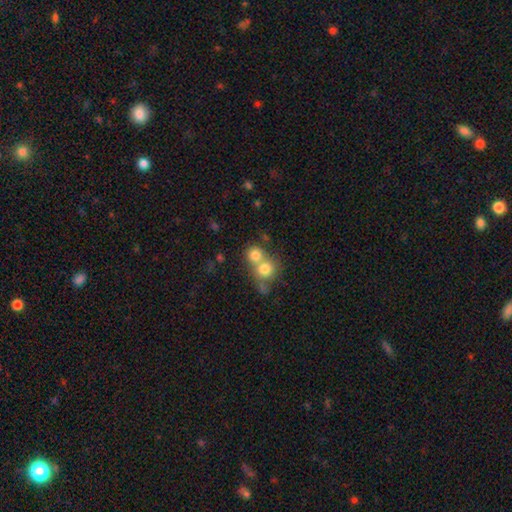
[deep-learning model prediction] A smooth galaxy with no disk features (76%) that is round (83%).

Vote fractions:
- Smooth or featured? smooth: 76% / featured or disk: 13% / star or artifact: 11%
- How rounded? round: 83% / in between: 16% / cigar-shaped: 1%
- Merging? merger: 59% / none: 32% / minor disturbance: 6% / major disturbance: 3%